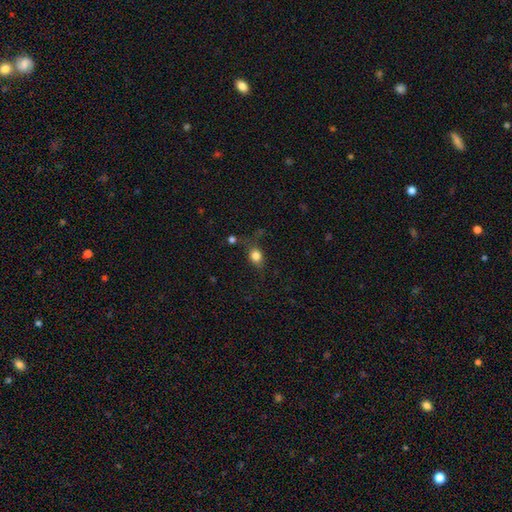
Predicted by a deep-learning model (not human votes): smooth_or_featured: smooth (p=0.78) [alt: star or artifact p=0.12]
how_rounded: round (p=0.52) [alt: in between p=0.46]
merging: none (p=0.61) [alt: minor disturbance p=0.22]